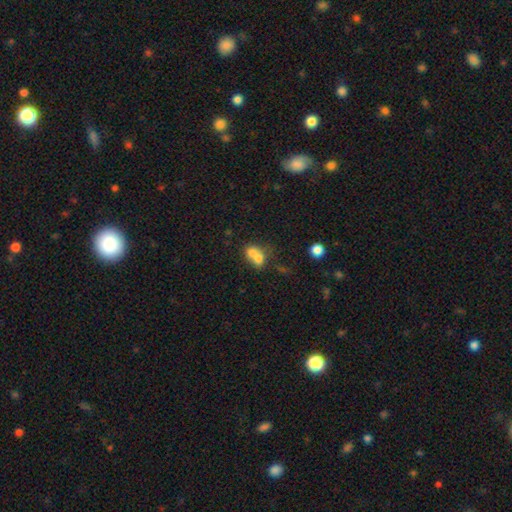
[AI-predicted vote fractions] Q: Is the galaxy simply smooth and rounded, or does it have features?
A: smooth — 67%.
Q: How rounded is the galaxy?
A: round — 56%.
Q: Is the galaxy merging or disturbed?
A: merger — 72%.